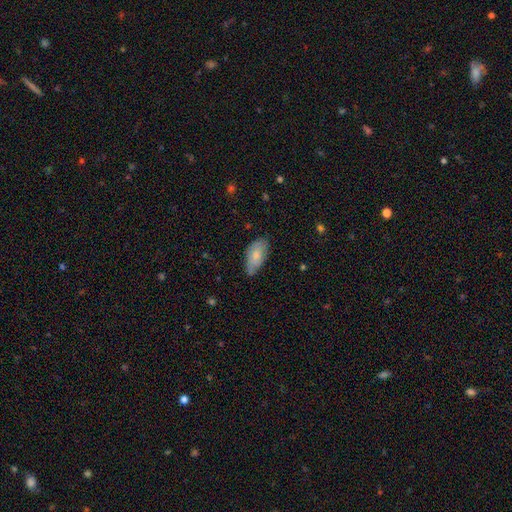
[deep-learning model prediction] A smooth galaxy with no disk features (76%) that is in between round and cigar-shaped (92%).

Vote fractions:
- Smooth or featured? smooth: 76% / featured or disk: 18% / star or artifact: 6%
- How rounded? in between: 92% / cigar-shaped: 6% / round: 2%
- Merging? none: 63% / minor disturbance: 30% / major disturbance: 5% / merger: 2%